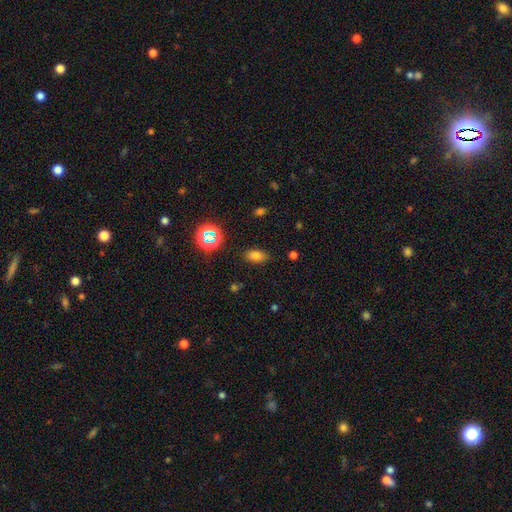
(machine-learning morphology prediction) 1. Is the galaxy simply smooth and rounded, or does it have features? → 74% smooth, 18% star or artifact, 8% featured or disk.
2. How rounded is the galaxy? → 86% in between, 11% round, 3% cigar-shaped.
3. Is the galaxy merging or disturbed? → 84% none, 11% minor disturbance, 3% major disturbance, 2% merger.